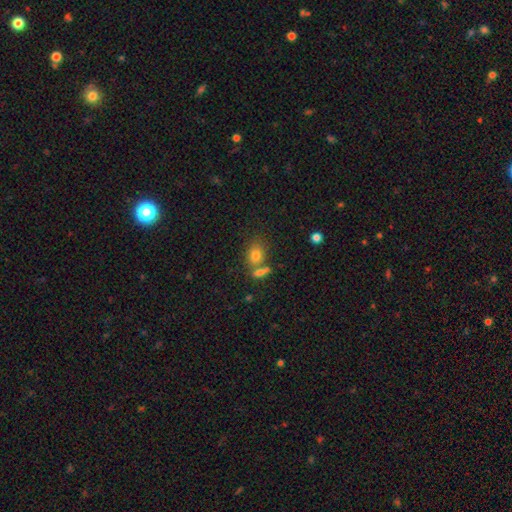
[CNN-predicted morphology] A smooth galaxy with no disk features (78%) that is in between round and cigar-shaped (58%).

Vote fractions:
- Smooth or featured? smooth: 78% / star or artifact: 12% / featured or disk: 10%
- How rounded? in between: 58% / round: 40% / cigar-shaped: 2%
- Merging? none: 53% / merger: 31% / minor disturbance: 12% / major disturbance: 5%